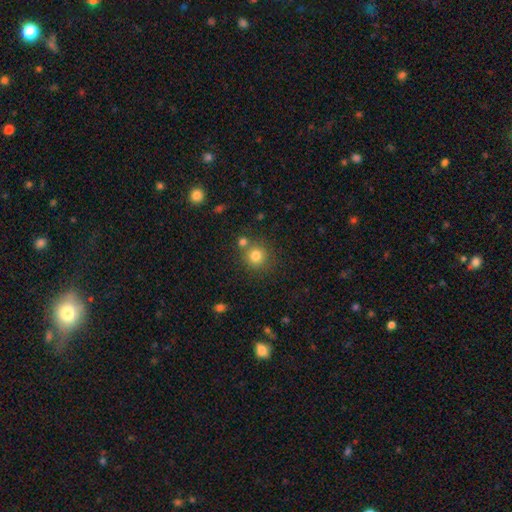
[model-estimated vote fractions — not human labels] Overall: smooth (80%). How rounded: round (91%). Merging: none (70%).